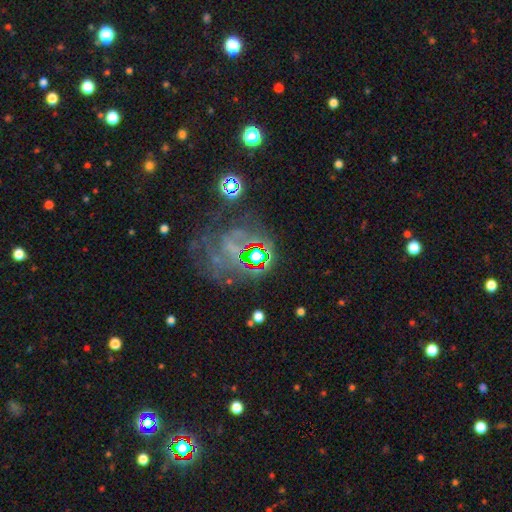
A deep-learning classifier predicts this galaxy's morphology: Smooth or featured? star or artifact (53%)